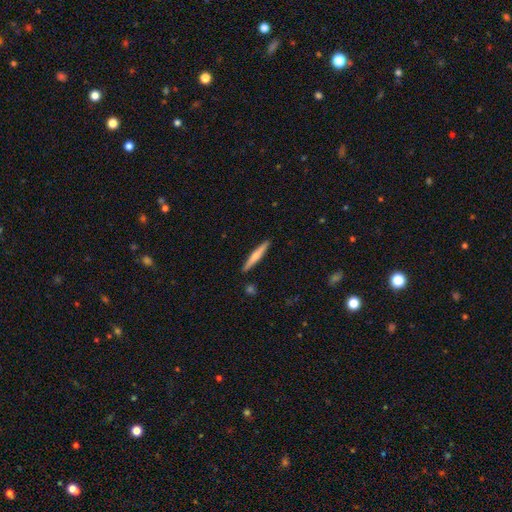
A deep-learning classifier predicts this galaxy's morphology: Q: Smooth or featured?
A: smooth (56%); runner-up: featured or disk (39%)
Q: How rounded?
A: cigar-shaped (94%); runner-up: in between (4%)
Q: Merging?
A: none (91%); runner-up: minor disturbance (6%)